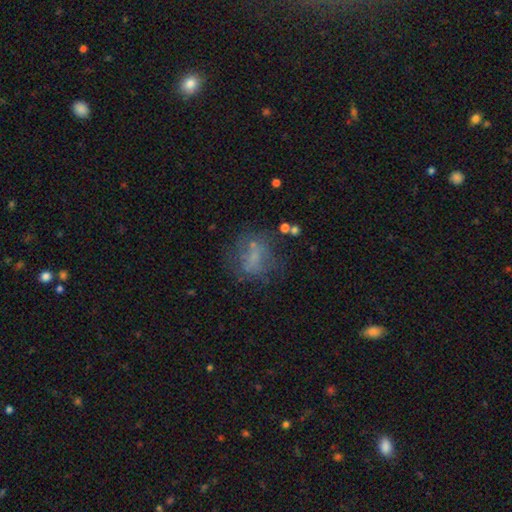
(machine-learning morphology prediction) smooth-or-featured: smooth: 47% | featured or disk: 37% | star or artifact: 17%
  merging: none: 53% | minor disturbance: 20% | major disturbance: 19% | merger: 8%